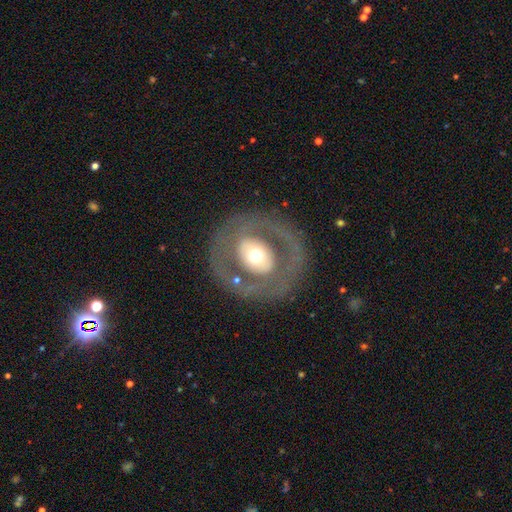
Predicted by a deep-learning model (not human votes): Smooth or featured: featured or disk — 63% (smooth — 31%)
Edge-on disk: no — 94% (yes — 6%)
Bar: no — 71% (weak — 17%)
Spiral arms: no — 73% (yes — 27%)
Bulge size: moderate — 57% (large — 28%)
Merging: none — 76% (major disturbance — 12%)